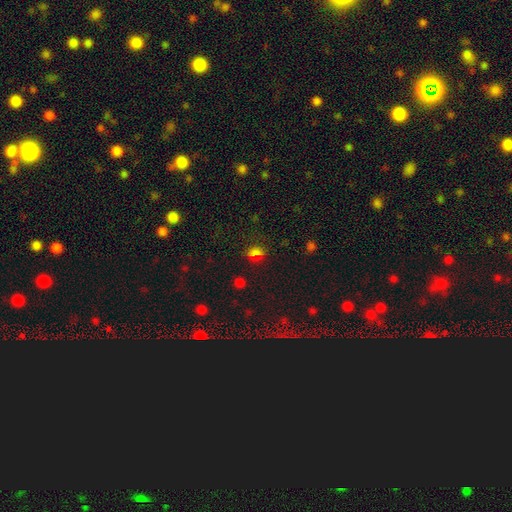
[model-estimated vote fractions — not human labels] This appears to be a smooth galaxy with no disk features (61%) that is in between round and cigar-shaped (54%). Merging: none (80%).